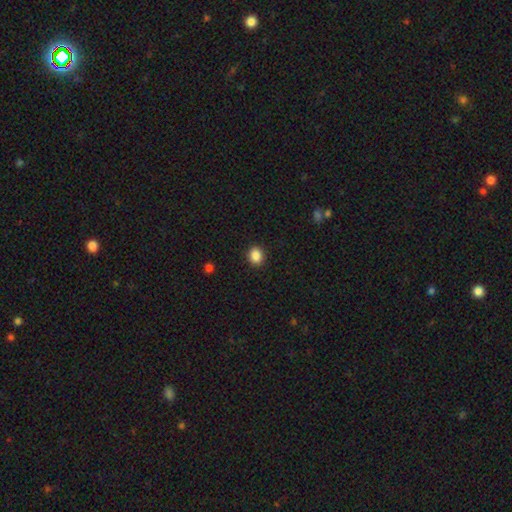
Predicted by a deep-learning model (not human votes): Smooth or featured? Predicted: smooth (p=0.87). How rounded? Predicted: round (p=0.66). Merging? Predicted: none (p=0.91).